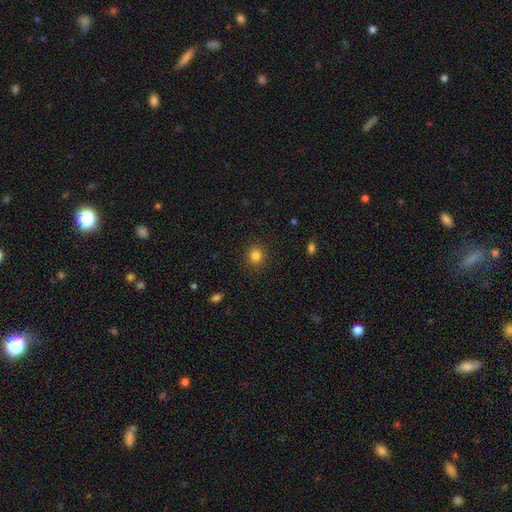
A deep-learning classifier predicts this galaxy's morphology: A smooth galaxy with no disk features (83%) that is round (87%).

Vote fractions:
- Smooth or featured? smooth: 83% / star or artifact: 12% / featured or disk: 5%
- How rounded? round: 87% / in between: 12% / cigar-shaped: 1%
- Merging? none: 90% / minor disturbance: 6% / major disturbance: 2% / merger: 1%